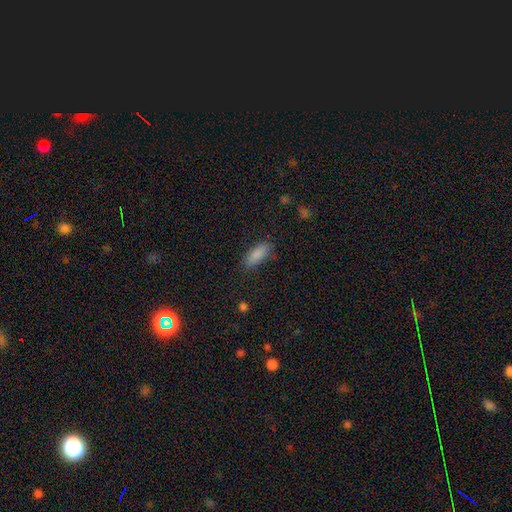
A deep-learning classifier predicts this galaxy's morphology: A smooth galaxy with no disk features (87%) that is in between round and cigar-shaped (78%). Merging: none (83%).